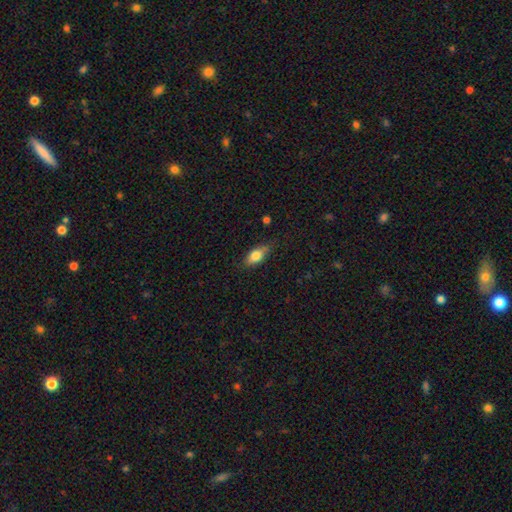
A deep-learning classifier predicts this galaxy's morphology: The model was most divided on "merging": none: 74%, minor disturbance: 21%, major disturbance: 4%, merger: 1%. More confident: how rounded — in between (82%); smooth or featured — smooth (77%).